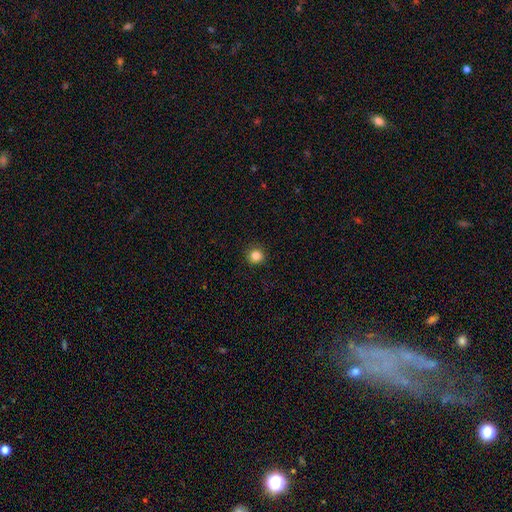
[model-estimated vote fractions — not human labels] A smooth galaxy with no disk features (84%) that is round (93%). Merging: none (92%).